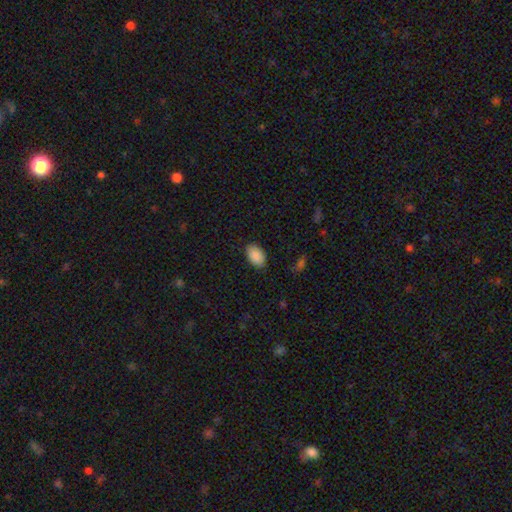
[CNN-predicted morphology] This appears to be a smooth galaxy with no disk features (90%) that is in between round and cigar-shaped (92%). Merging: none (86%).